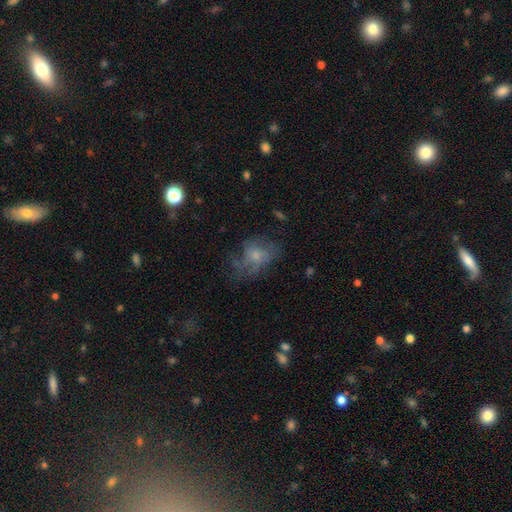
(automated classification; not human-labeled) The model was most divided on "smooth or featured": featured or disk: 44%, smooth: 42%, star or artifact: 13%. Remaining: merging — none (44%).